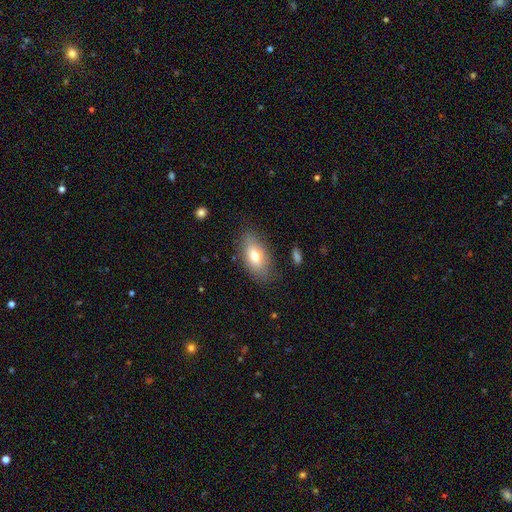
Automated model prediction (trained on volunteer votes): This appears to be a smooth galaxy with no disk features (71%) that is in between round and cigar-shaped (87%). Merging: none (80%).